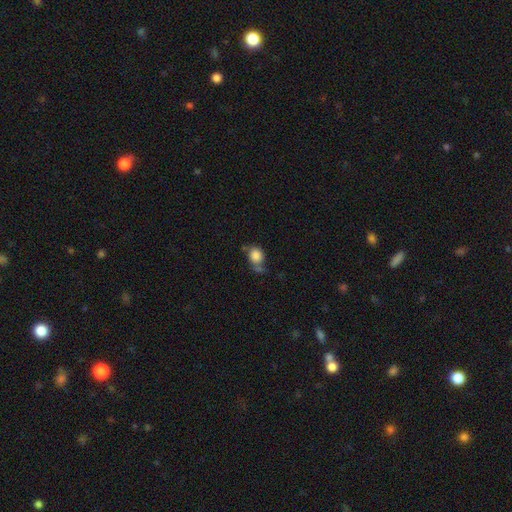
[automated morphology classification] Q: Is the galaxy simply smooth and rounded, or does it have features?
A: smooth — 83%.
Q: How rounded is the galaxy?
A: round — 64%.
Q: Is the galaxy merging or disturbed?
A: none — 45%.